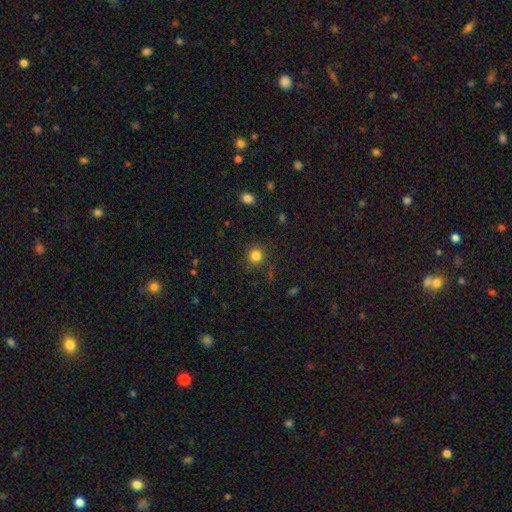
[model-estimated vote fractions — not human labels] smooth_or_featured: smooth (p=0.82) [alt: star or artifact p=0.13]
how_rounded: round (p=0.91) [alt: in between p=0.08]
merging: none (p=0.86) [alt: minor disturbance p=0.09]